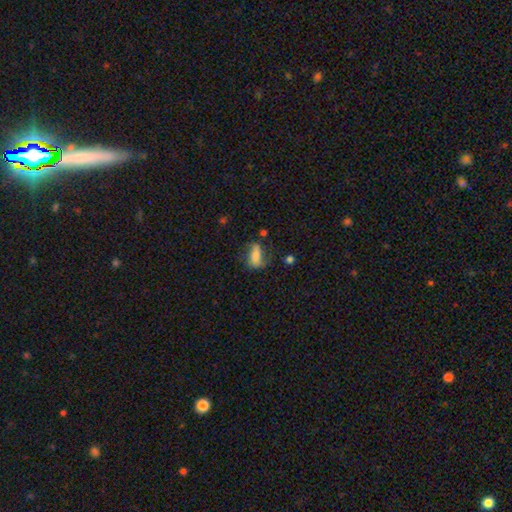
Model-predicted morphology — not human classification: Smooth or featured: smooth — 64% (featured or disk — 27%)
How rounded: in between — 79% (cigar-shaped — 15%)
Merging: none — 49% (minor disturbance — 28%)